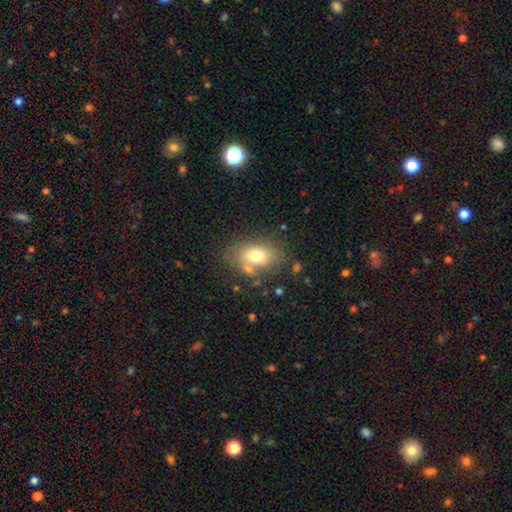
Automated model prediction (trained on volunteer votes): Overall: smooth (71%). How rounded: in between (77%). Merging: none (67%).